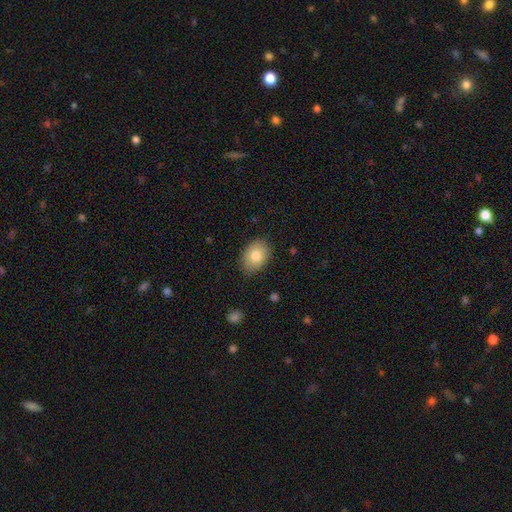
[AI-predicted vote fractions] A smooth galaxy with no disk features (80%) that is in between round and cigar-shaped (78%).

Vote fractions:
- Smooth or featured? smooth: 80% / featured or disk: 12% / star or artifact: 7%
- How rounded? in between: 78% / round: 21% / cigar-shaped: 1%
- Merging? none: 83% / minor disturbance: 13% / major disturbance: 3% / merger: 1%